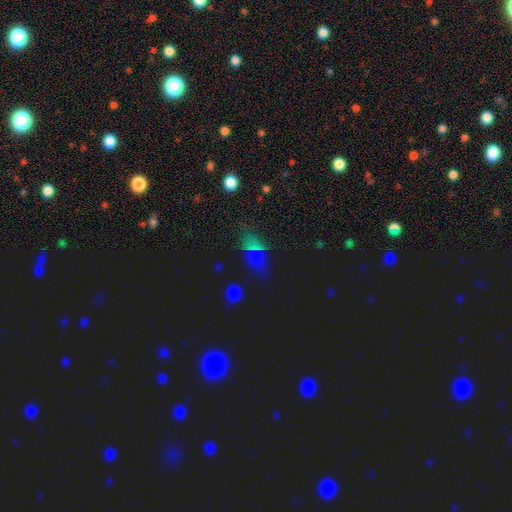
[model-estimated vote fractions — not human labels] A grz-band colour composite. It shows a star or artifact, not a galaxy (44%).